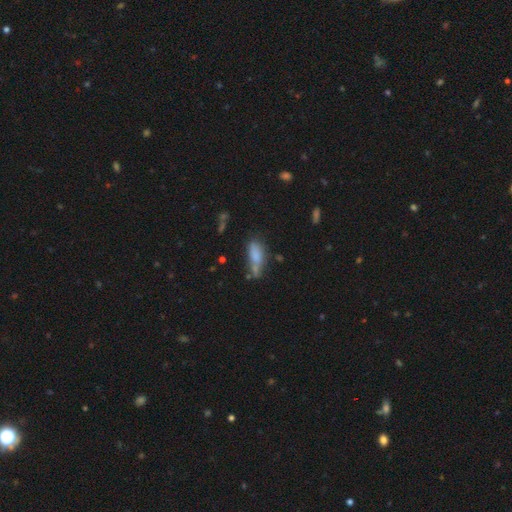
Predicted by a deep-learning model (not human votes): Smooth or featured?
  - smooth: 75% *
  - featured or disk: 15%
  - star or artifact: 10%
How rounded?
  - in between: 68% *
  - cigar-shaped: 29%
  - round: 3%
Merging?
  - none: 43% *
  - minor disturbance: 29%
  - merger: 14%
  - major disturbance: 14%